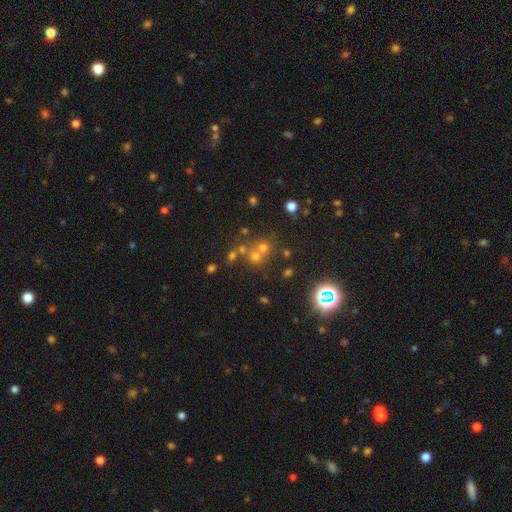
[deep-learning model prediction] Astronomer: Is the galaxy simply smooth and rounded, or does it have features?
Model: smooth — 46% (runner-up: star or artifact, 39%).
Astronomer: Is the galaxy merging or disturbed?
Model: none — 53% (runner-up: merger, 35%).